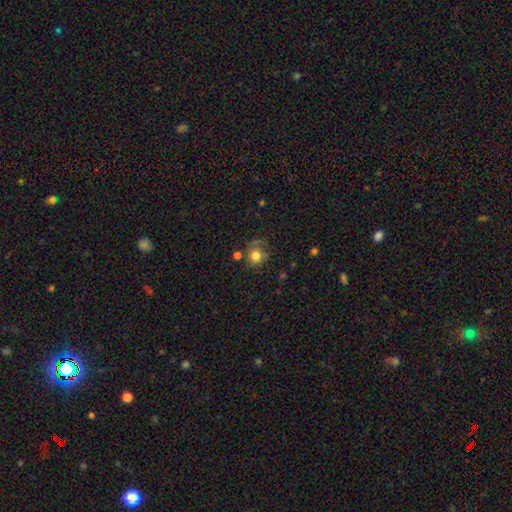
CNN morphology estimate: This appears to be a smooth galaxy with no disk features (74%) that is round (84%). Merging: none (57%).